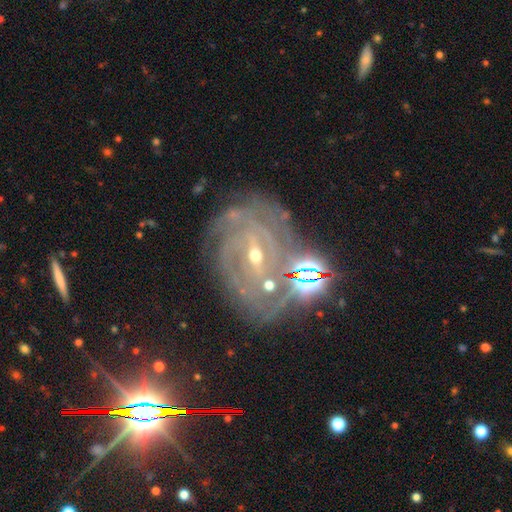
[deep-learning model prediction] Overall: featured or disk (84%). Edge-on disk: no (96%). Bar: strong (44%; weak 40%). Spiral arms: yes (94%). Spiral arm count: can't tell (31%; 2 21%). Spiral winding: tight (68%). Bulge size: small (58%; moderate 39%). Merging: none (66%).